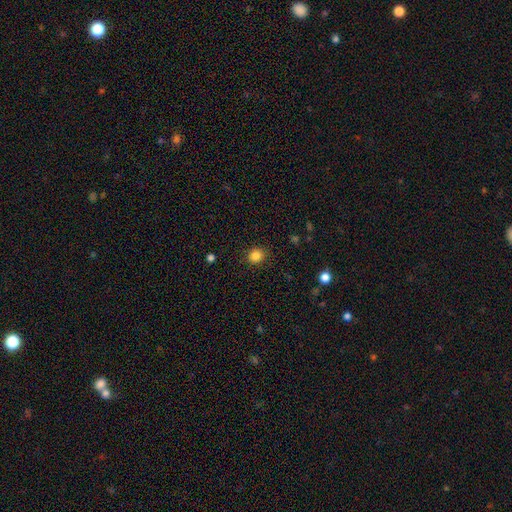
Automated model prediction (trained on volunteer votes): This appears to be a smooth galaxy with no disk features (85%) that is round (74%). Merging: none (88%).